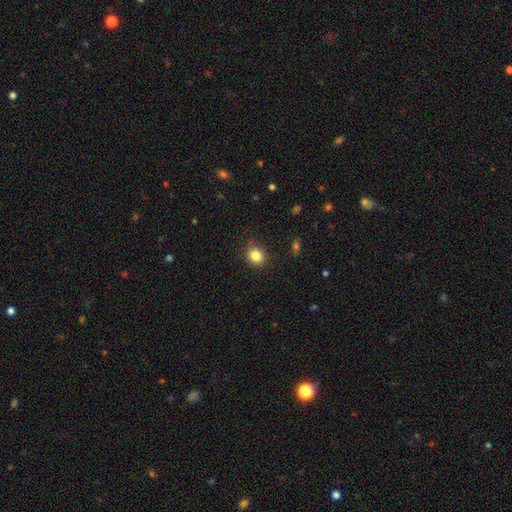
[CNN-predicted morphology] This appears to be a smooth galaxy with no disk features (83%) that is round (75%). Merging: none (86%).